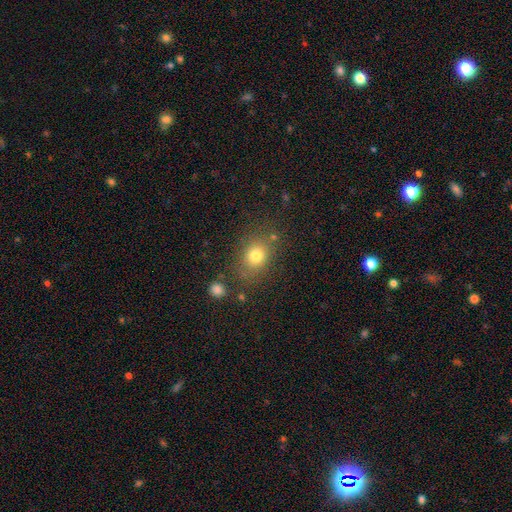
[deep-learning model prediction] Smooth or featured?
  - smooth: 77% *
  - star or artifact: 13%
  - featured or disk: 10%
How rounded?
  - round: 50% *
  - in between: 49%
  - cigar-shaped: 1%
Merging?
  - none: 76% *
  - minor disturbance: 14%
  - major disturbance: 6%
  - merger: 5%